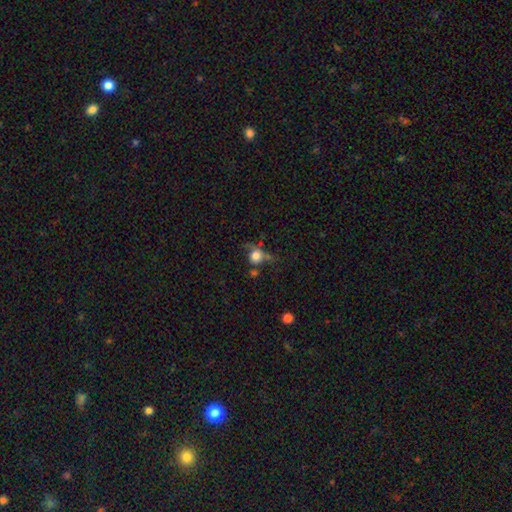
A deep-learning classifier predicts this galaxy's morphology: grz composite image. It shows a smooth galaxy with no disk features (72%) that is round (85%). Merging: none (46%).